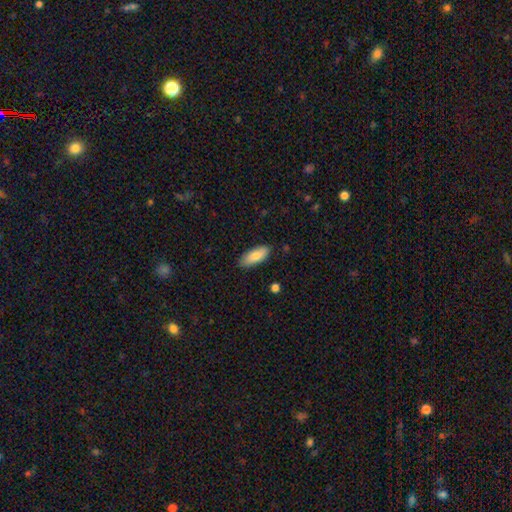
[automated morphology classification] Smooth or featured? smooth (80%)
How rounded? in between (79%)
Merging? none (87%)